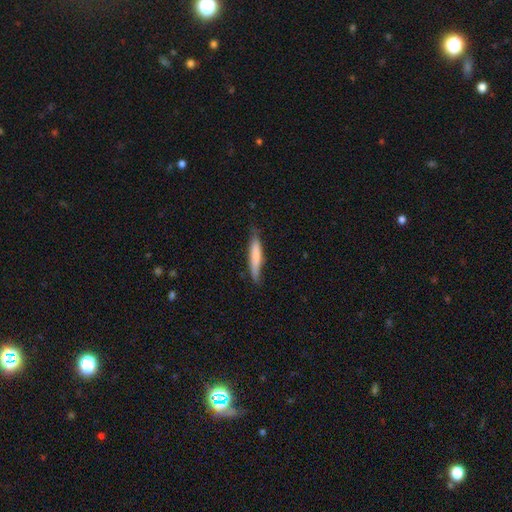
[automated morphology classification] Q: Smooth or featured?
A: smooth (71%); runner-up: featured or disk (24%)
Q: How rounded?
A: cigar-shaped (90%); runner-up: in between (9%)
Q: Merging?
A: none (72%); runner-up: minor disturbance (23%)